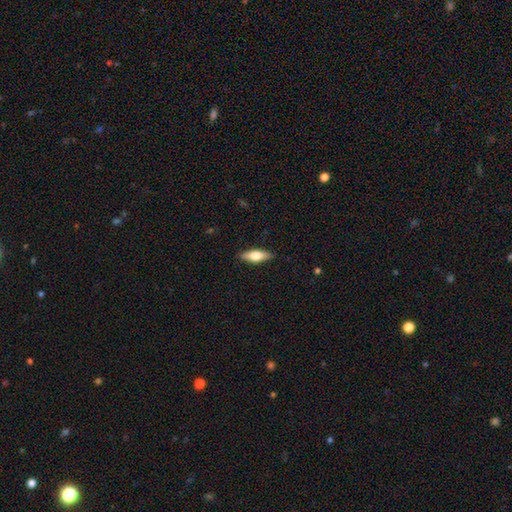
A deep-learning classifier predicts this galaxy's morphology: A smooth galaxy with no disk features (61%) that is in between round and cigar-shaped (56%). Merging: none (88%).